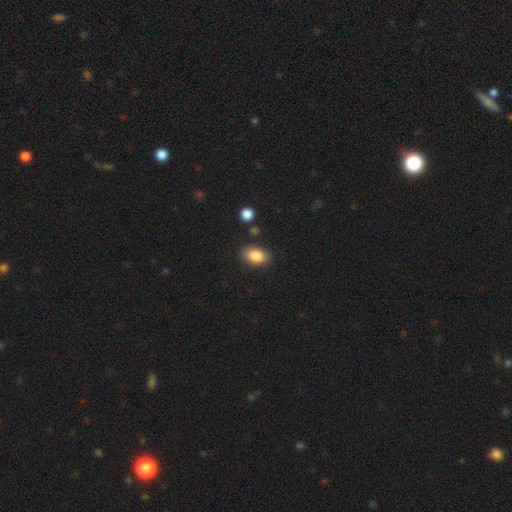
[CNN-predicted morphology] This is clearly a smooth galaxy (86%). How rounded: clearly in between (91%). Merging: clearly none (82%).